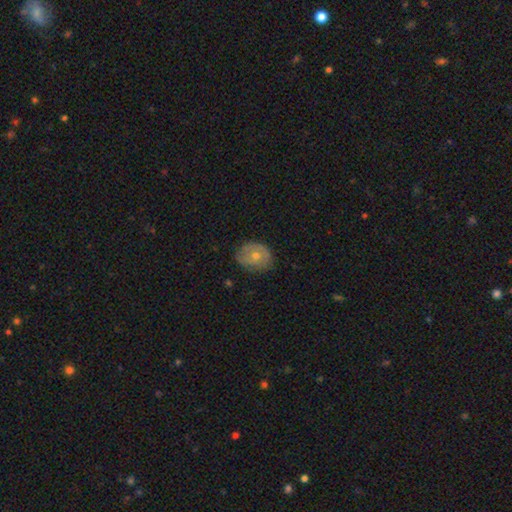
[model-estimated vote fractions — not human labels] This appears to be a smooth galaxy with no disk features (49%). Merging: none (76%).